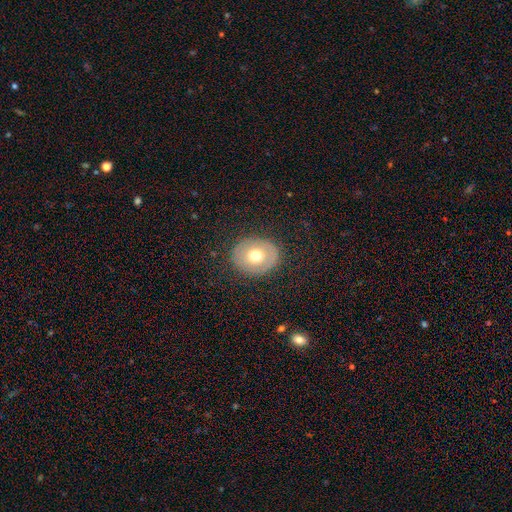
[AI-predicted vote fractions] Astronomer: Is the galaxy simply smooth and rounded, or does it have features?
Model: smooth — 57% (runner-up: featured or disk, 34%).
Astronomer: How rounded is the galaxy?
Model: round — 59% (runner-up: in between, 40%).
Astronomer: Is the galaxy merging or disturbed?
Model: none — 84%.